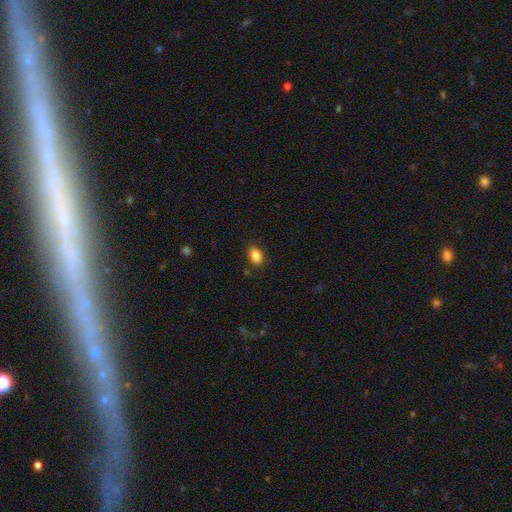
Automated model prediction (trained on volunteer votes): This appears to be a smooth galaxy with no disk features (86%) that is in between round and cigar-shaped (87%). Merging: none (85%).